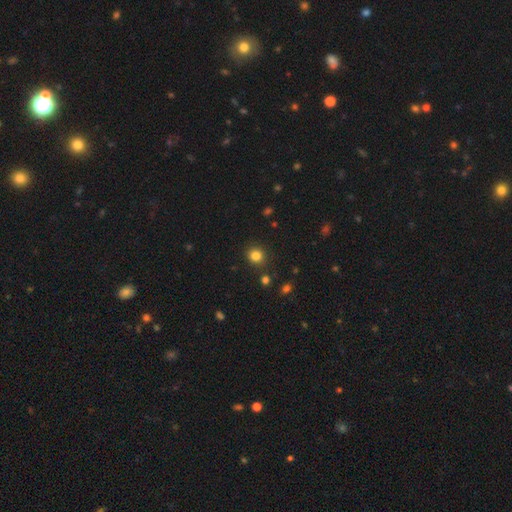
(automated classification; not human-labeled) Morphology: type=smooth (82%); roundness=round (88%); merging=none (88%).